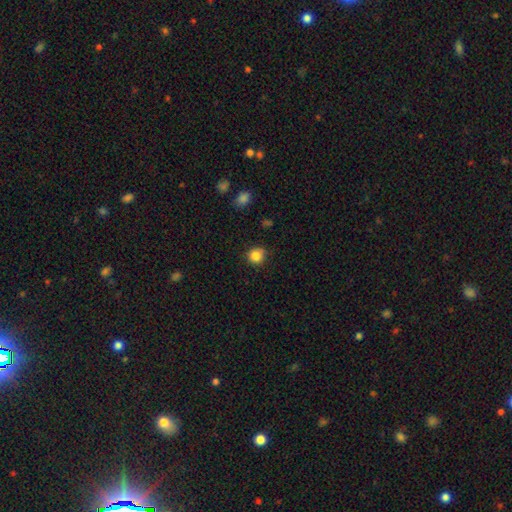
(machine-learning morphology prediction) Smooth or featured? smooth (84%)
How rounded? round (90%)
Merging? none (79%)